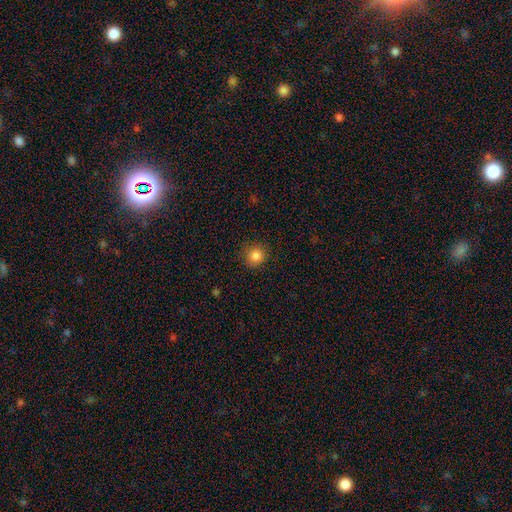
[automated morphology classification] This is clearly a smooth galaxy (85%). How rounded: clearly round (90%). Merging: clearly none (87%).